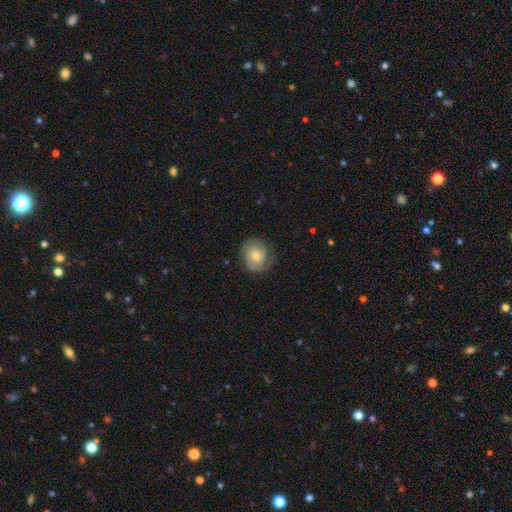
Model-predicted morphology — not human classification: smooth-or-featured: featured or disk: 70% | smooth: 23% | star or artifact: 7%
  disk-edge-on: no: 97% | yes: 3%
    bar: no: 70% | weak: 25% | strong: 5%
    has-spiral-arms: yes: 93% | no: 7%
      spiral-winding: tight: 63% | medium: 29% | loose: 8%
      spiral-arm-count: 2: 67% | can't tell: 16% | 3: 8% | 1: 5% | 4: 2% | more than 4: 2%
    bulge-size: moderate: 60% | small: 33% | large: 4% | none: 2% | dominant: 1%
  merging: none: 79% | minor disturbance: 15% | major disturbance: 5% | merger: 1%